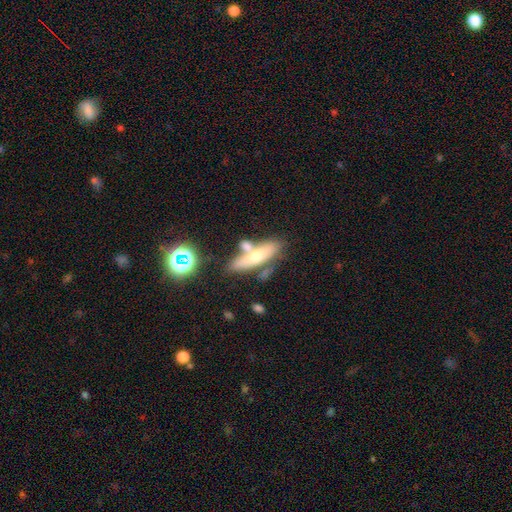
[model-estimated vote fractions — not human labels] Smooth or featured? smooth (53%)
How rounded? cigar-shaped (58%)
Merging? none (53%)